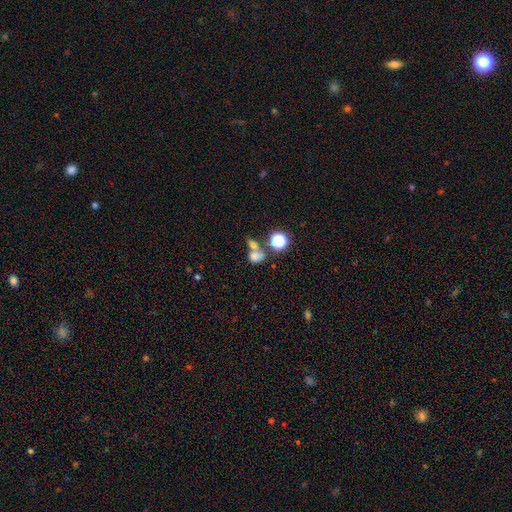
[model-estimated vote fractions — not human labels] Smooth or featured? smooth (69%)
How rounded? in between (52%)
Merging? merger (51%)